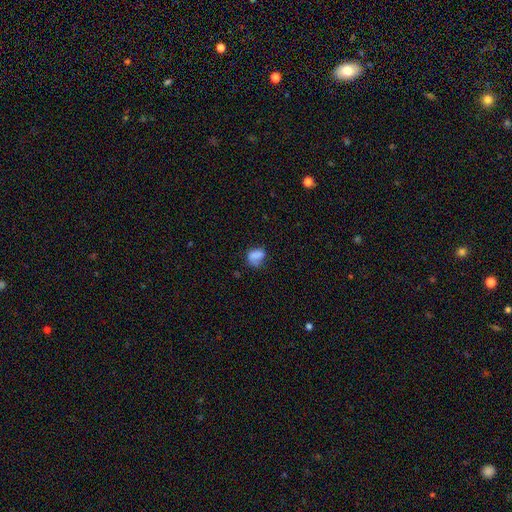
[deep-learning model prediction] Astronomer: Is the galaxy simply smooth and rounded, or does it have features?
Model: smooth — 75%.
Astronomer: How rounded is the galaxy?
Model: in between — 66%.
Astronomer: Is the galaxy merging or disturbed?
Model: none — 44% (runner-up: minor disturbance, 31%).